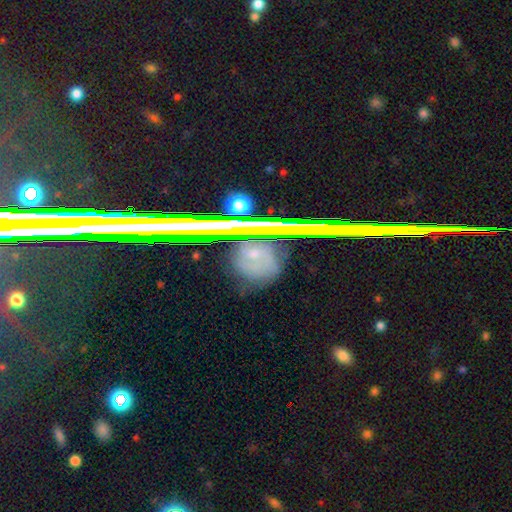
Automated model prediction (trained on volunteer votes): Smooth or featured?
  - smooth: 35% *
  - star or artifact: 33%
  - featured or disk: 32%
Merging?
  - none: 78% *
  - minor disturbance: 14%
  - major disturbance: 5%
  - merger: 4%